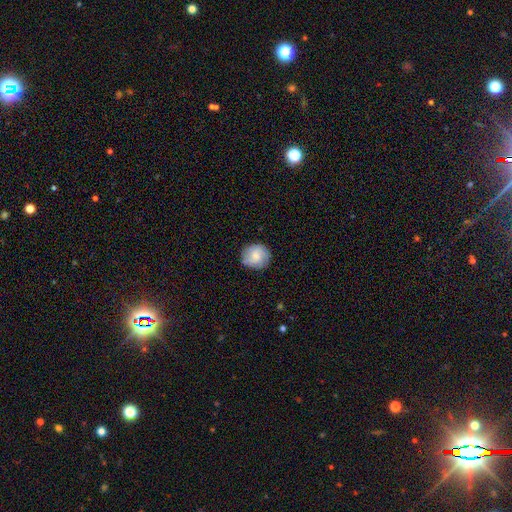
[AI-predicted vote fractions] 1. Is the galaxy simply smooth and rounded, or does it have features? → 70% smooth, 23% featured or disk, 7% star or artifact.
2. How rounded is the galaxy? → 83% round, 16% in between, 1% cigar-shaped.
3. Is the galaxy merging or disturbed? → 80% none, 15% minor disturbance, 3% major disturbance, 1% merger.